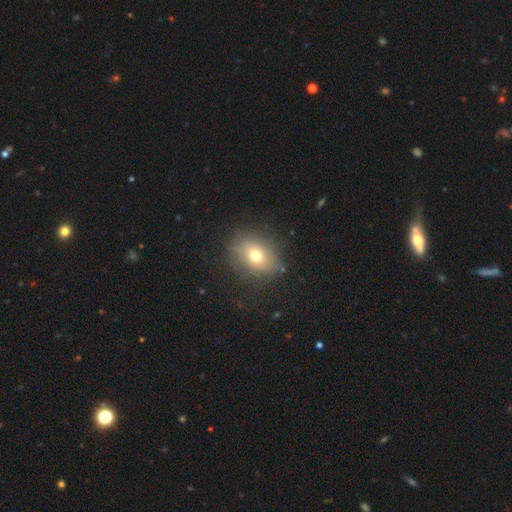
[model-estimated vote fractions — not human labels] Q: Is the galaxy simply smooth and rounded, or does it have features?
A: smooth — 69%.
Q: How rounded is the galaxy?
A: in between — 52%.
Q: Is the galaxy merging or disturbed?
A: none — 78%.